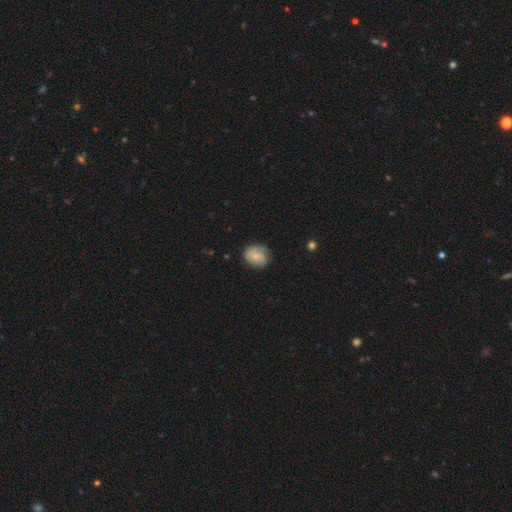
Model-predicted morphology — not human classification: Smooth or featured?
  - smooth: 49% *
  - featured or disk: 44%
  - star or artifact: 7%
Merging?
  - none: 67% *
  - minor disturbance: 24%
  - major disturbance: 8%
  - merger: 1%